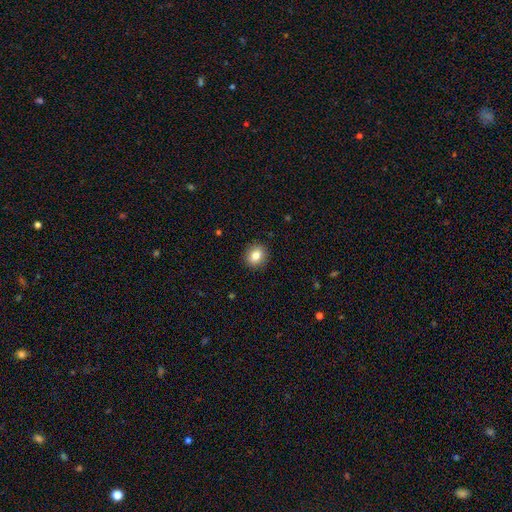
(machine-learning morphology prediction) Smooth or featured? Predicted: smooth (p=0.83). How rounded? Predicted: round (p=0.73). Merging? Predicted: none (p=0.91).